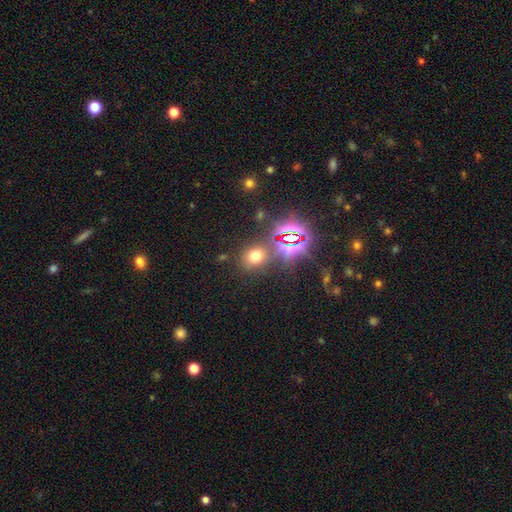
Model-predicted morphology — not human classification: Q: Smooth or featured?
A: smooth (58%); runner-up: star or artifact (33%)
Q: How rounded?
A: round (66%); runner-up: in between (33%)
Q: Merging?
A: none (77%); runner-up: minor disturbance (11%)